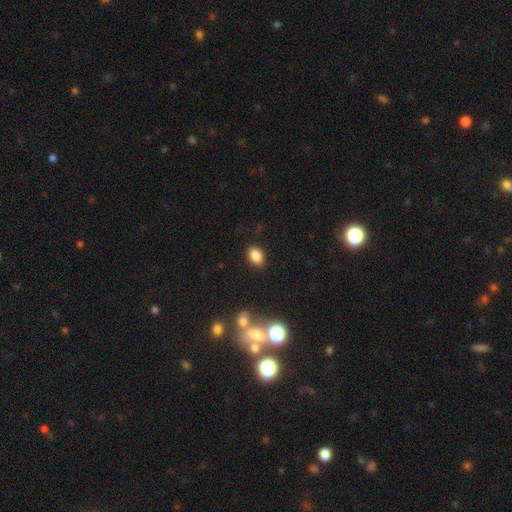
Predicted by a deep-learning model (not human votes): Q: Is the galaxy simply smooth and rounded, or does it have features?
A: smooth — 84%.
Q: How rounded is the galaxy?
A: in between — 81%.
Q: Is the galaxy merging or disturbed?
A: none — 87%.